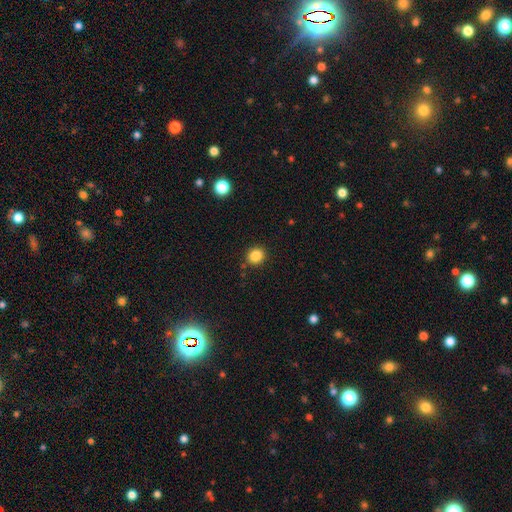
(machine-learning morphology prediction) A smooth galaxy with no disk features (86%) that is round (77%).

Vote fractions:
- Smooth or featured? smooth: 86% / star or artifact: 11% / featured or disk: 4%
- How rounded? round: 77% / in between: 22% / cigar-shaped: 1%
- Merging? none: 87% / minor disturbance: 8% / major disturbance: 2% / merger: 2%